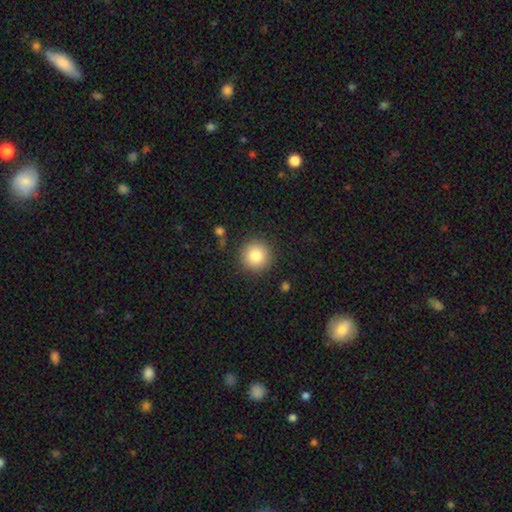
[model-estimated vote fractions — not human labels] smooth-or-featured: smooth: 82% | star or artifact: 10% | featured or disk: 8%
  how-rounded: round: 95% | in between: 4% | cigar-shaped: 1%
  merging: none: 89% | minor disturbance: 7% | major disturbance: 2% | merger: 2%